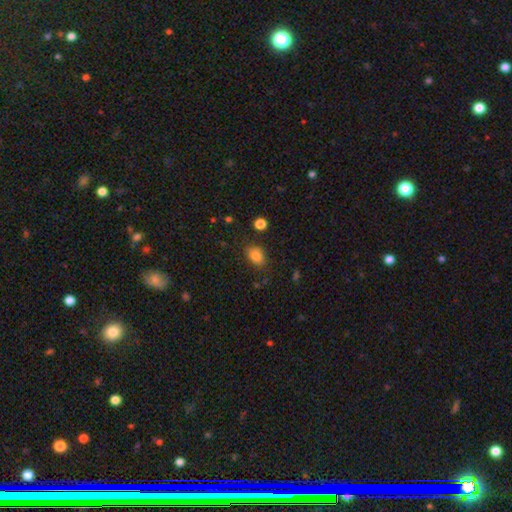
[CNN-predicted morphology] Smooth or featured: smooth — 83% (star or artifact — 10%)
How rounded: in between — 68% (round — 31%)
Merging: none — 80% (minor disturbance — 14%)